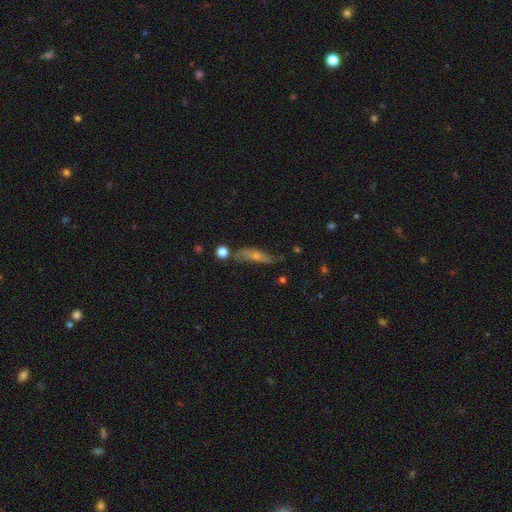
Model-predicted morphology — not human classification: The model was most divided on "smooth or featured": featured or disk: 49%, smooth: 39%, star or artifact: 12%. More confident: merging — none (55%).